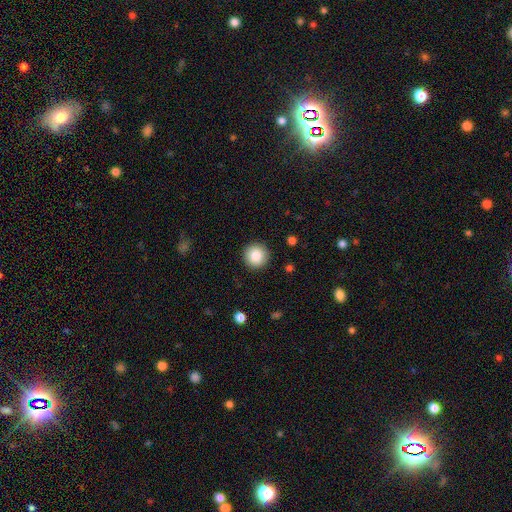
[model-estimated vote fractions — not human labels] Q: Smooth or featured?
A: smooth (86%); runner-up: star or artifact (8%)
Q: How rounded?
A: round (95%); runner-up: in between (4%)
Q: Merging?
A: none (92%); runner-up: minor disturbance (5%)